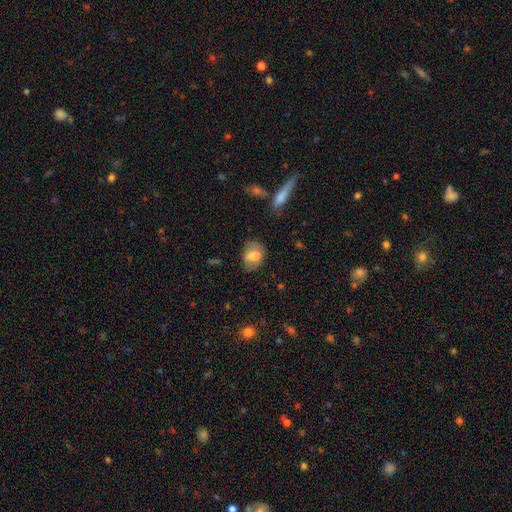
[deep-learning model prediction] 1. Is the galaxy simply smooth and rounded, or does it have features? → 70% smooth, 22% featured or disk, 8% star or artifact.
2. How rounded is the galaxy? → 68% in between, 30% round, 2% cigar-shaped.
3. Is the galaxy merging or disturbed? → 66% none, 23% minor disturbance, 8% major disturbance, 3% merger.